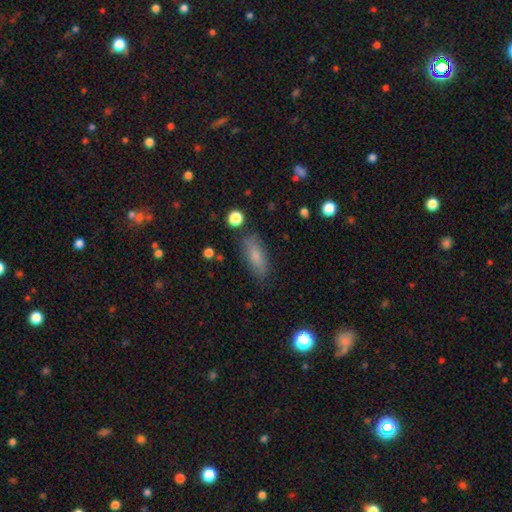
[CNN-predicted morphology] Q: Smooth or featured?
A: smooth (79%); runner-up: featured or disk (12%)
Q: How rounded?
A: in between (70%); runner-up: cigar-shaped (27%)
Q: Merging?
A: none (83%); runner-up: minor disturbance (12%)